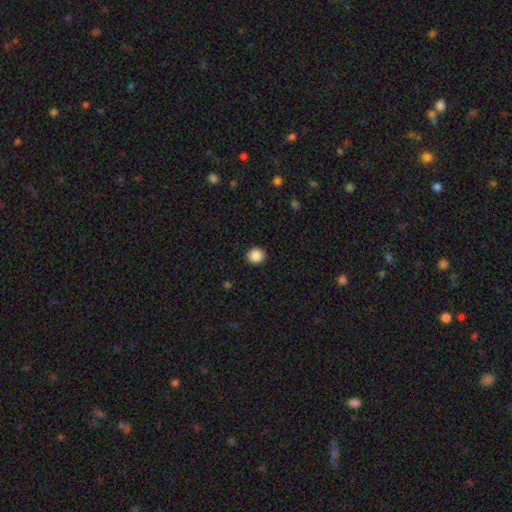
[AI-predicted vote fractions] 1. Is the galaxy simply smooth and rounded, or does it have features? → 88% smooth, 9% star or artifact, 3% featured or disk.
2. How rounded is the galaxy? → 79% round, 20% in between, 1% cigar-shaped.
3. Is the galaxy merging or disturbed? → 91% none, 6% minor disturbance, 2% major disturbance, 1% merger.